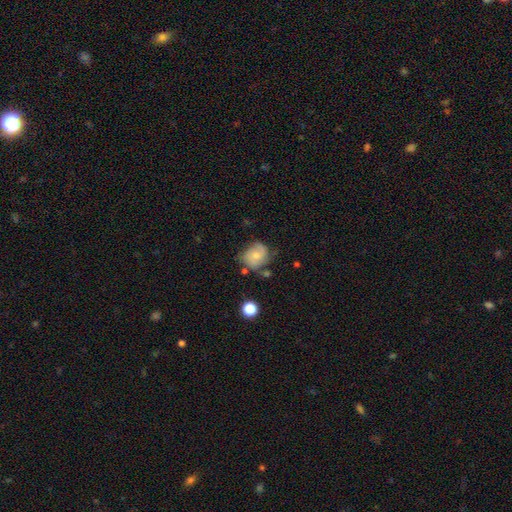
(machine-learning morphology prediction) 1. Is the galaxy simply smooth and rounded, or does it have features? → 58% smooth, 33% featured or disk, 9% star or artifact.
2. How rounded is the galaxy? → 61% round, 38% in between, 1% cigar-shaped.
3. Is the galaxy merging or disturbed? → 53% none, 31% minor disturbance, 11% major disturbance, 6% merger.